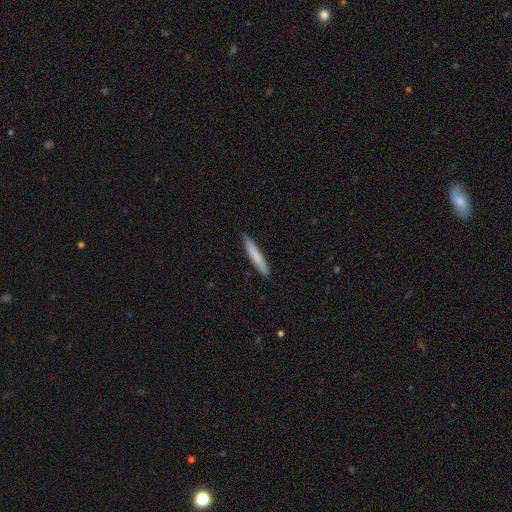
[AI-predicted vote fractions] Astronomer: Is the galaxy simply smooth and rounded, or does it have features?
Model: smooth — 73%.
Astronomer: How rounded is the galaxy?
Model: cigar-shaped — 95%.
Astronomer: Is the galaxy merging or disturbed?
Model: none — 88%.